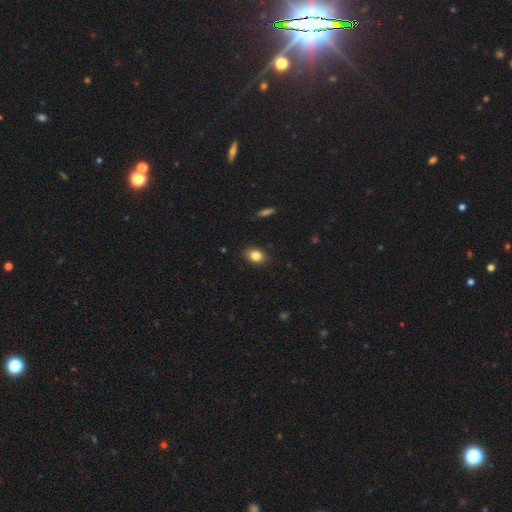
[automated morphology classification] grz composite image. It shows a smooth galaxy with no disk features (83%) that is in between round and cigar-shaped (73%). Merging: none (87%).